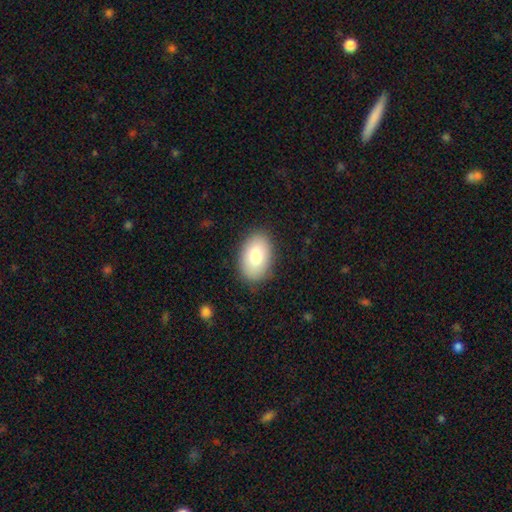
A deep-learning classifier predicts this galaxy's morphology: This is likely a smooth galaxy (80%). How rounded: clearly in between (89%). Merging: clearly none (86%).